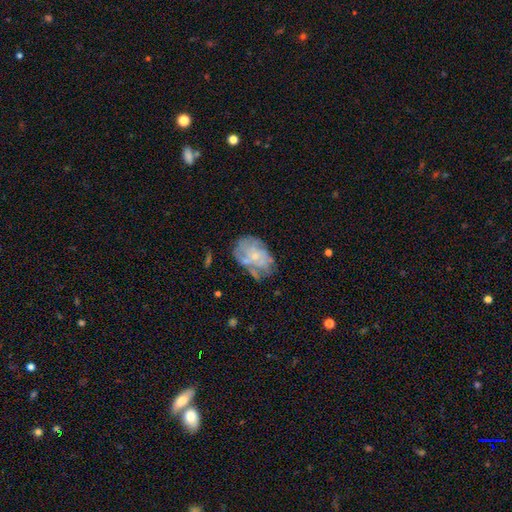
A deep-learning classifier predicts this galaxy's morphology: Q: Smooth or featured?
A: featured or disk (62%); runner-up: smooth (30%)
Q: Edge-on disk?
A: no (97%); runner-up: yes (3%)
Q: Bar?
A: no (84%); runner-up: weak (13%)
Q: Spiral arms?
A: yes (53%); runner-up: no (47%)
Q: Bulge size?
A: small (71%); runner-up: moderate (21%)
Q: Merging?
A: none (50%); runner-up: minor disturbance (28%)